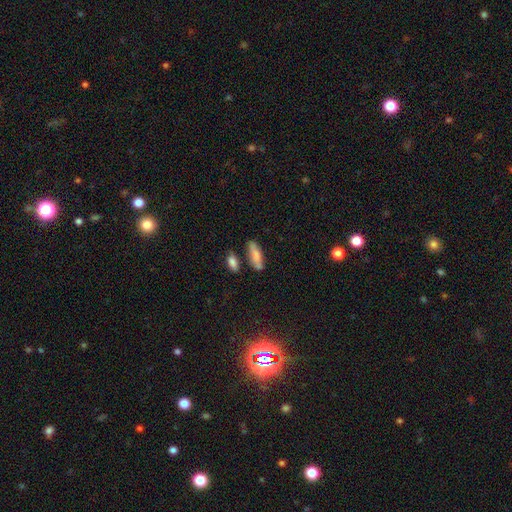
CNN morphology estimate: smooth 77%, featured or disk 16%, star or artifact 7%. Down the decision tree: how rounded — in between (53%); merging — none (66%).